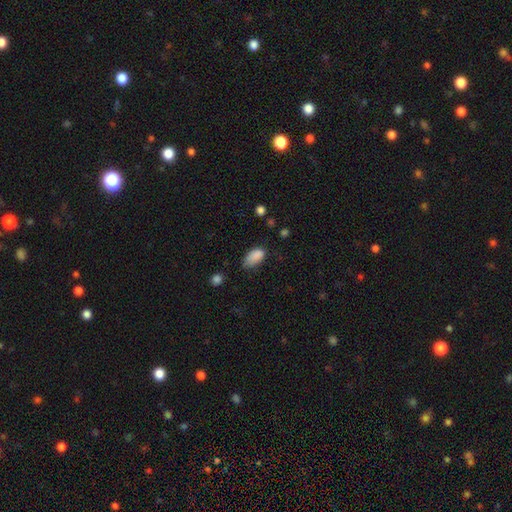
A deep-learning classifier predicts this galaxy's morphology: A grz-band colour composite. It shows a smooth galaxy with no disk features (86%) that is in between round and cigar-shaped (93%). Merging: none (55%).